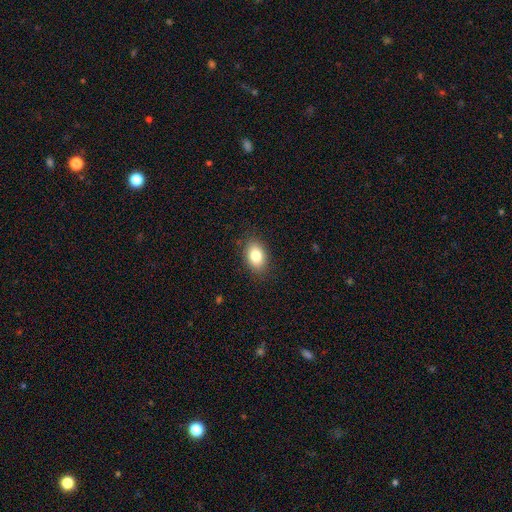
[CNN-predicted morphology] Q: Smooth or featured?
A: smooth (83%); runner-up: featured or disk (9%)
Q: How rounded?
A: in between (84%); runner-up: round (15%)
Q: Merging?
A: none (87%); runner-up: minor disturbance (10%)